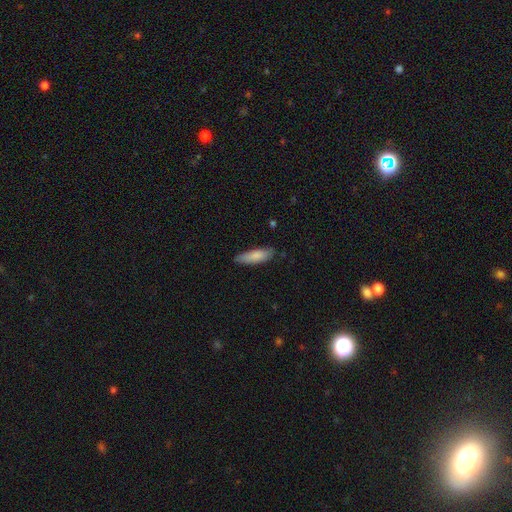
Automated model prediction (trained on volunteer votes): smooth_or_featured: smooth (p=0.82) [alt: featured or disk p=0.12]
how_rounded: cigar-shaped (p=0.53) [alt: in between p=0.45]
merging: none (p=0.79) [alt: minor disturbance p=0.17]